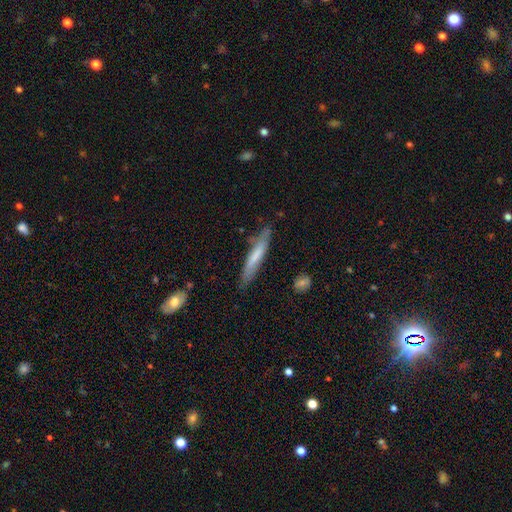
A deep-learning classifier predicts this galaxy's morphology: smooth-or-featured: smooth: 58% | featured or disk: 36% | star or artifact: 6%
  how-rounded: cigar-shaped: 91% | in between: 8% | round: 1%
  merging: none: 75% | minor disturbance: 19% | major disturbance: 4% | merger: 3%